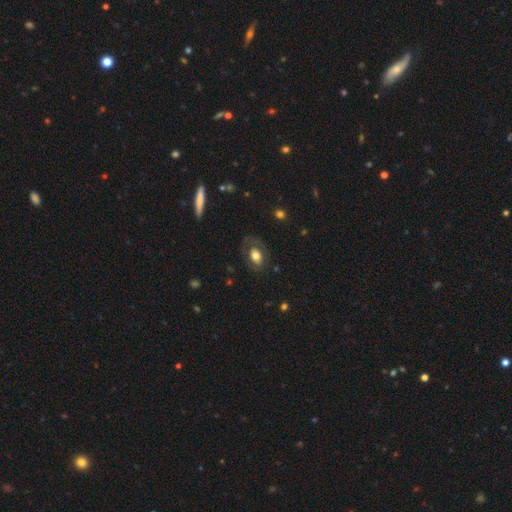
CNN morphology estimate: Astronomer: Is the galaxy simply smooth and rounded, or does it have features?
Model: smooth — 58% (runner-up: featured or disk, 34%).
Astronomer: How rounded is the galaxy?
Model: in between — 80%.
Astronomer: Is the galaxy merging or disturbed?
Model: none — 68%.